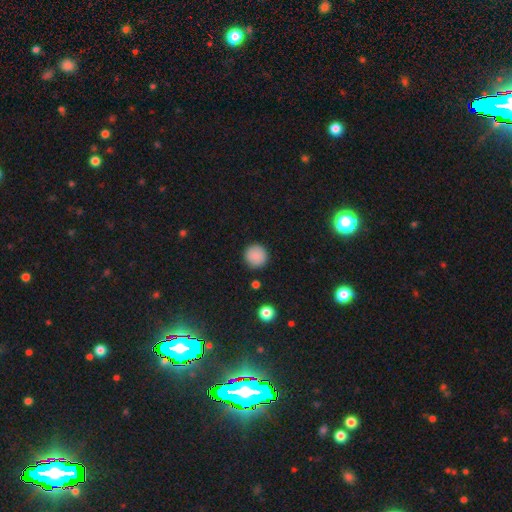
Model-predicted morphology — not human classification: smooth_or_featured: smooth (p=0.87) [alt: star or artifact p=0.09]
how_rounded: round (p=0.95) [alt: in between p=0.04]
merging: none (p=0.91) [alt: minor disturbance p=0.06]